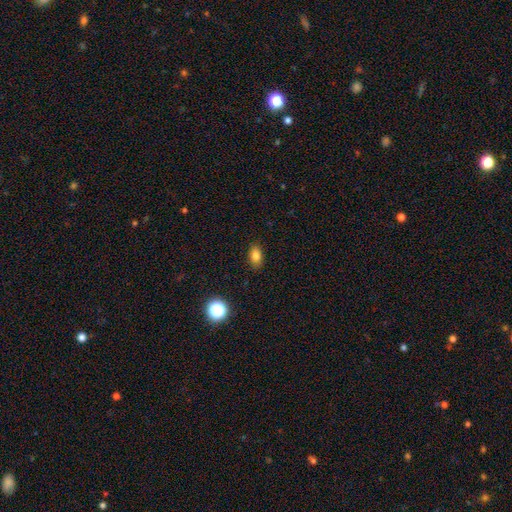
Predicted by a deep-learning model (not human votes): smooth 82%, star or artifact 11%, featured or disk 7%. Down the decision tree: how rounded — in between (85%); merging — none (87%).